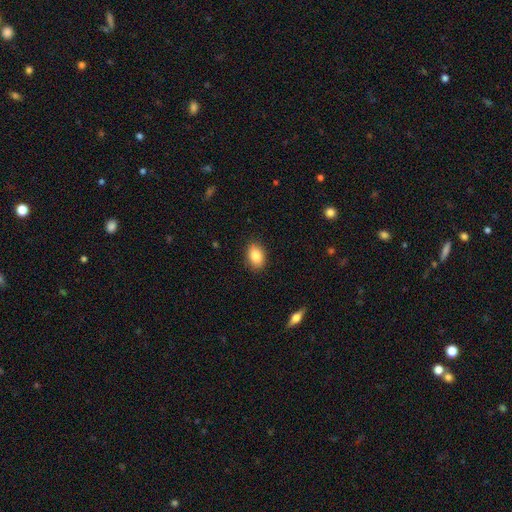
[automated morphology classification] Smooth or featured? Predicted: smooth (p=0.86). How rounded? Predicted: in between (p=0.83). Merging? Predicted: none (p=0.87).